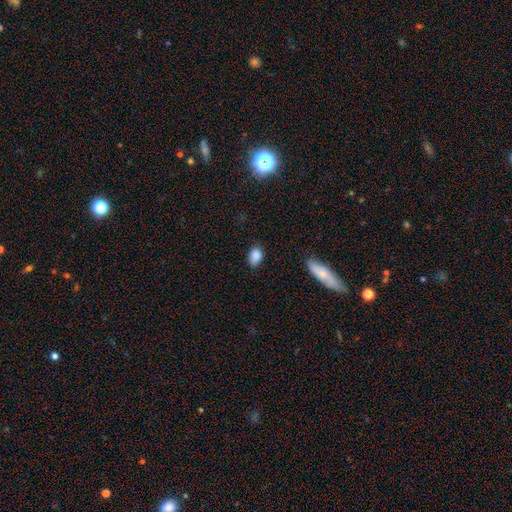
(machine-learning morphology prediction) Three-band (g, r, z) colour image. It shows a smooth galaxy with no disk features (87%) that is in between round and cigar-shaped (83%). Merging: none (74%).